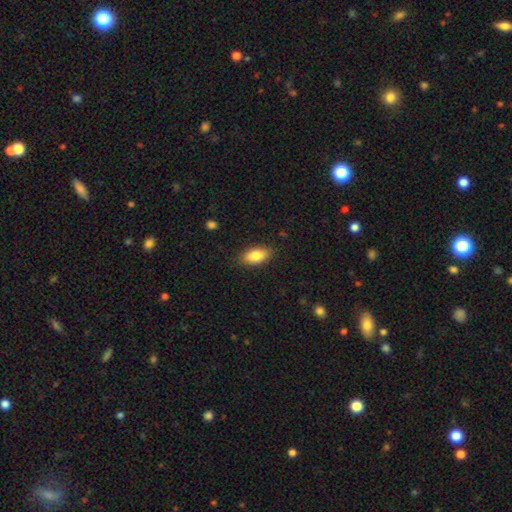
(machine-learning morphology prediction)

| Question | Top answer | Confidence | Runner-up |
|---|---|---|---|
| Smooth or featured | smooth | 85% | featured or disk (9%) |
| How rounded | in between | 90% | cigar-shaped (6%) |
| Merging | none | 86% | minor disturbance (11%) |